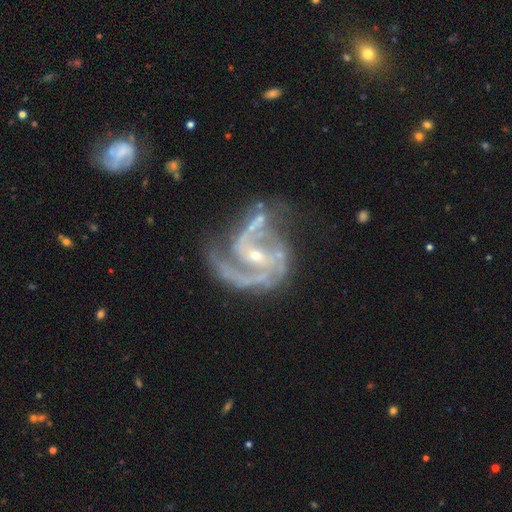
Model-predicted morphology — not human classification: type=featured or disk (92%); edge-on=no (98%); bar=weak (39%); spiral arms=yes (98%); winding=medium (57%); arm count=2 (57%); bulge=small (76%); merging=none (50%).